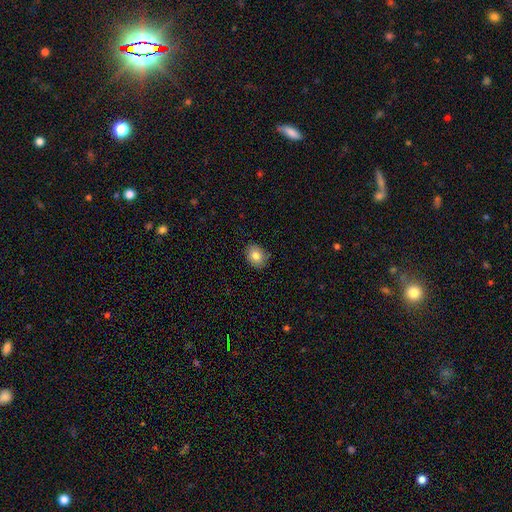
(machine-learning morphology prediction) A smooth galaxy with no disk features (82%) that is in between round and cigar-shaped (57%).

Vote fractions:
- Smooth or featured? smooth: 82% / featured or disk: 9% / star or artifact: 8%
- How rounded? in between: 57% / round: 42% / cigar-shaped: 1%
- Merging? none: 84% / minor disturbance: 13% / major disturbance: 2% / merger: 1%